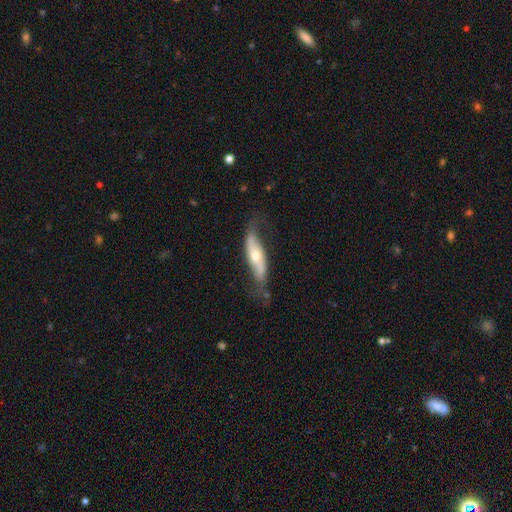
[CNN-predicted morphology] Overall: featured or disk (67%; smooth 27%). Edge-on disk: no (65%; yes 35%). Merging: none (57%; minor disturbance 28%).